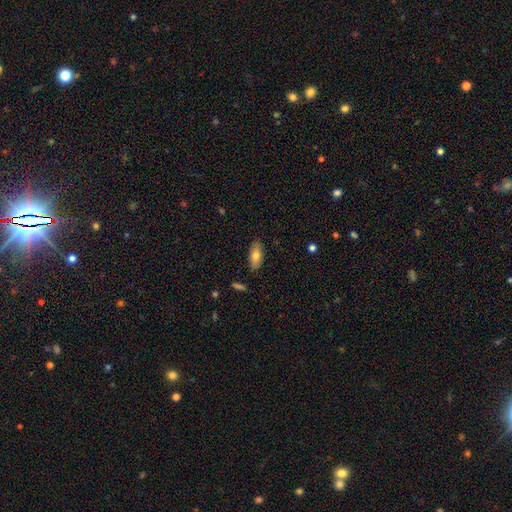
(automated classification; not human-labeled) Smooth or featured: smooth — 75% (featured or disk — 18%)
How rounded: in between — 83% (cigar-shaped — 14%)
Merging: none — 87% (minor disturbance — 10%)